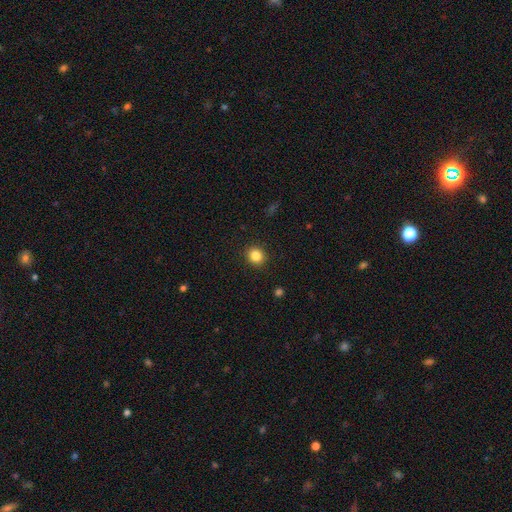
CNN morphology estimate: smooth-or-featured: smooth: 84% | star or artifact: 11% | featured or disk: 5%
  how-rounded: round: 85% | in between: 14% | cigar-shaped: 1%
  merging: none: 91% | minor disturbance: 6% | major disturbance: 2% | merger: 1%